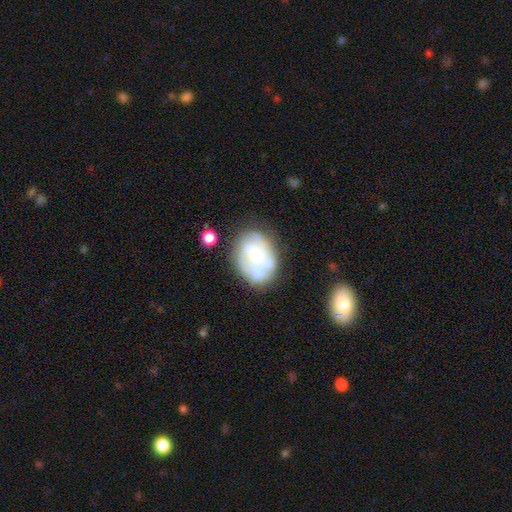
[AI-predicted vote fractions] smooth-or-featured: featured or disk: 69% | smooth: 24% | star or artifact: 7%
  disk-edge-on: no: 97% | yes: 3%
    bar: no: 68% | weak: 27% | strong: 5%
    has-spiral-arms: yes: 81% | no: 19%
      spiral-winding: tight: 47% | medium: 38% | loose: 15%
      spiral-arm-count: can't tell: 35% | 3: 27% | 2: 17% | 4: 13% | 1: 4% | more than 4: 4%
    bulge-size: small: 55% | moderate: 36% | none: 4% | large: 3% | dominant: 1%
  merging: none: 64% | minor disturbance: 21% | major disturbance: 10% | merger: 5%